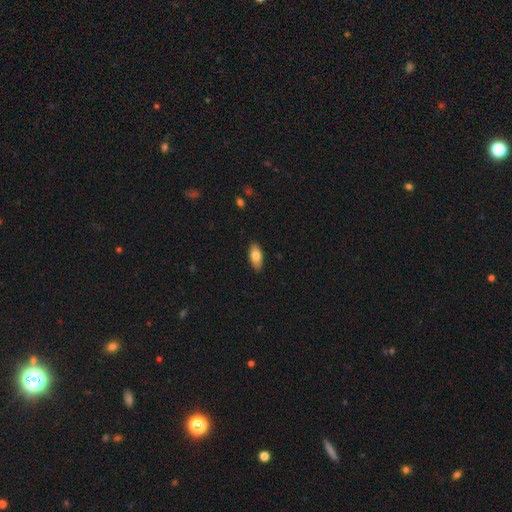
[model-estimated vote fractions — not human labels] This appears to be a smooth galaxy with no disk features (79%) that is in between round and cigar-shaped (90%). Merging: none (88%).